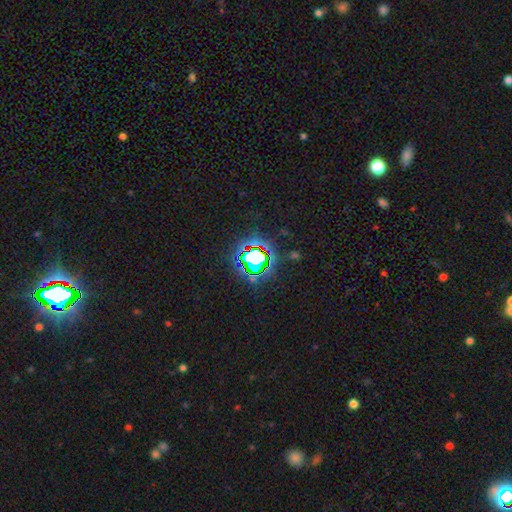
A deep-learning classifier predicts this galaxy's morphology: Smooth or featured: star or artifact — 72% (smooth — 18%)